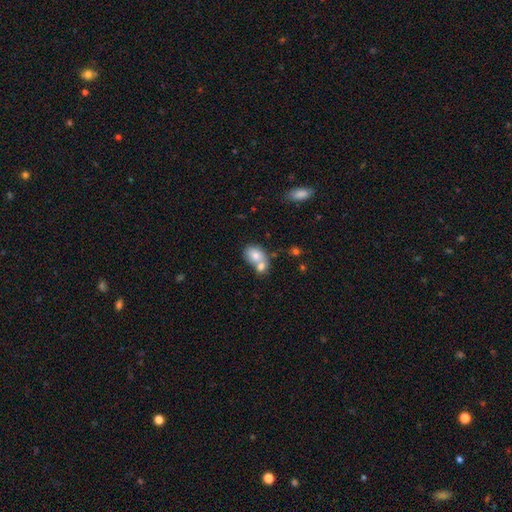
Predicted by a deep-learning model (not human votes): Smooth or featured? smooth (74%)
How rounded? in between (73%)
Merging? merger (55%)